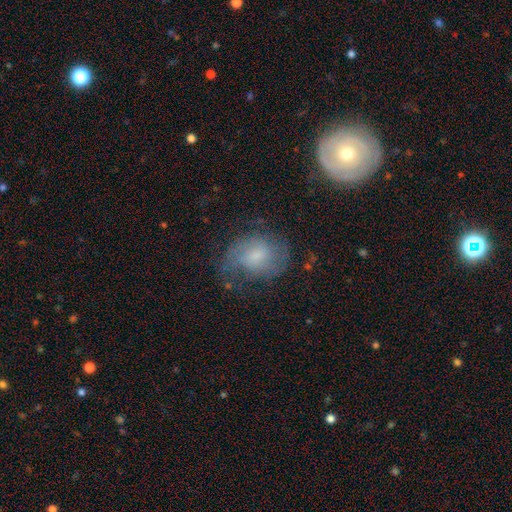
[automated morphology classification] Smooth or featured: featured or disk — 59% (smooth — 31%)
Edge-on disk: no — 96% (yes — 4%)
Bar: no — 50% (weak — 42%)
Spiral arms: yes — 86% (no — 14%)
Bulge size: small — 44% (moderate — 37%)
Merging: none — 55% (minor disturbance — 24%)